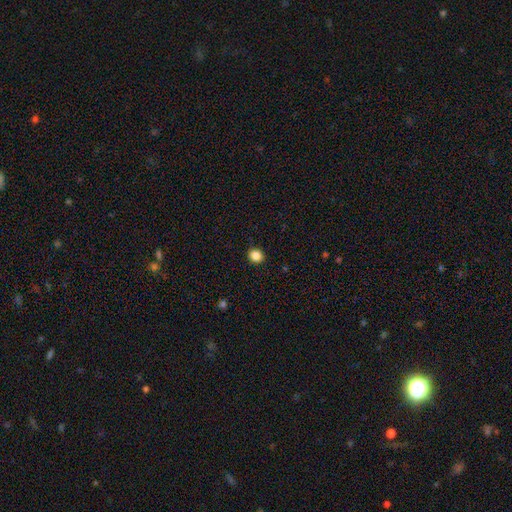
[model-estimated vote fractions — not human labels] This appears to be a smooth galaxy with no disk features (86%) that is round (78%). Merging: none (92%).